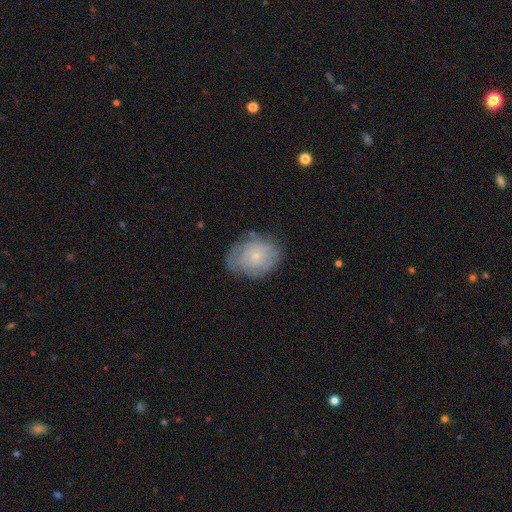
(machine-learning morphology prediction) The model was most divided on "smooth or featured": smooth: 49%, featured or disk: 43%, star or artifact: 8%. More confident: merging — none (68%).